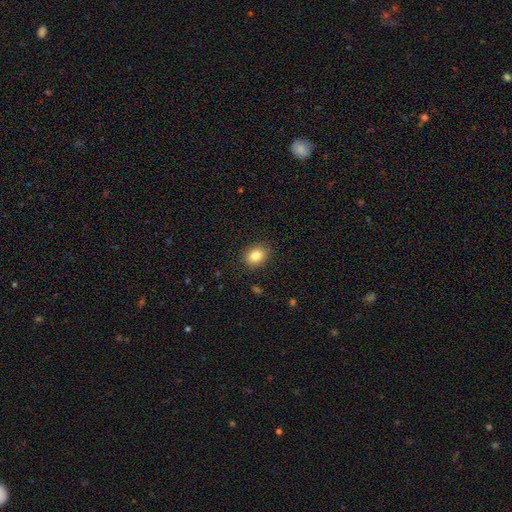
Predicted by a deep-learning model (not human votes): This appears to be a smooth galaxy with no disk features (83%) that is round (51%). Merging: none (88%).